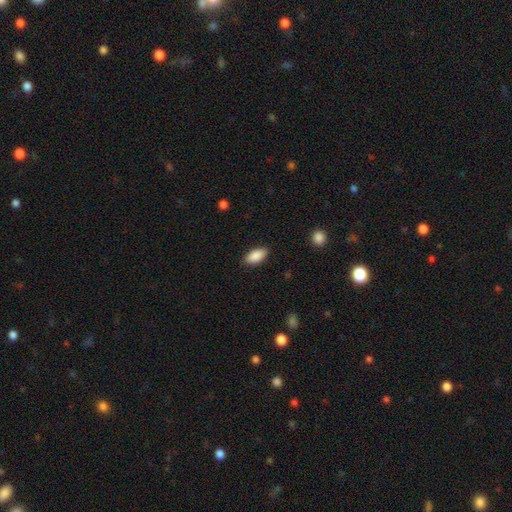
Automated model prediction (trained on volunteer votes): A smooth galaxy with no disk features (89%) that is in between round and cigar-shaped (92%).

Vote fractions:
- Smooth or featured? smooth: 89% / star or artifact: 7% / featured or disk: 4%
- How rounded? in between: 92% / cigar-shaped: 5% / round: 3%
- Merging? none: 87% / minor disturbance: 10% / major disturbance: 2% / merger: 1%